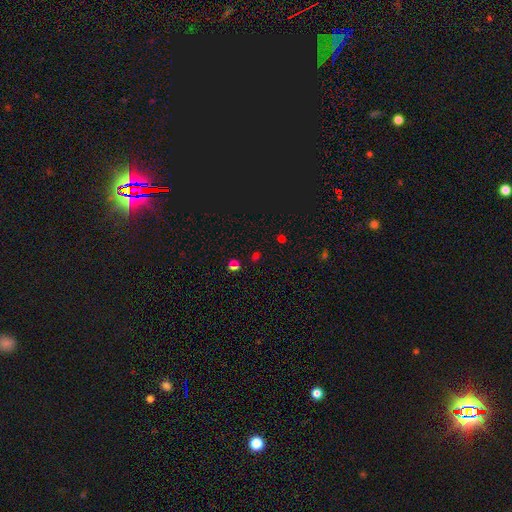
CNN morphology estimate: The model was most divided on "smooth or featured": smooth: 48%, star or artifact: 47%, featured or disk: 6%. More confident: merging — none (81%).